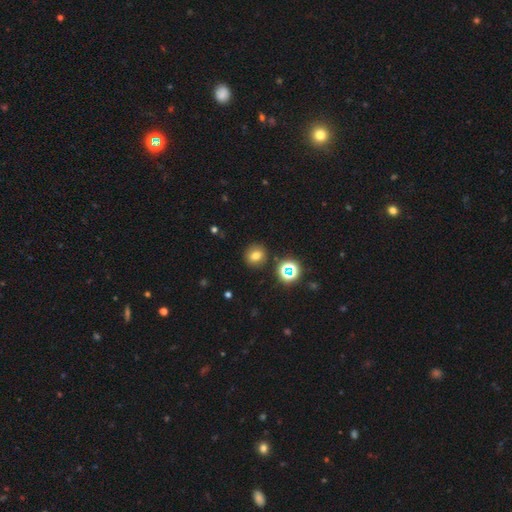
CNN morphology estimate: smooth-or-featured: smooth: 73% | star or artifact: 18% | featured or disk: 9%
  how-rounded: round: 83% | in between: 16% | cigar-shaped: 1%
  merging: none: 87% | minor disturbance: 7% | merger: 3% | major disturbance: 3%